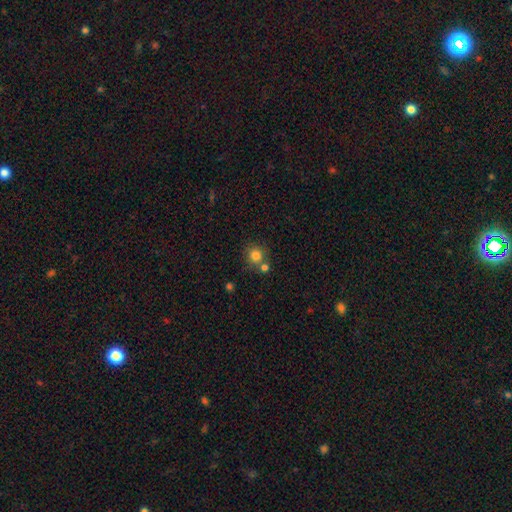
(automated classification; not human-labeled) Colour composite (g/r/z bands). It shows a smooth galaxy with no disk features (80%) that is round (89%). Merging: none (63%).